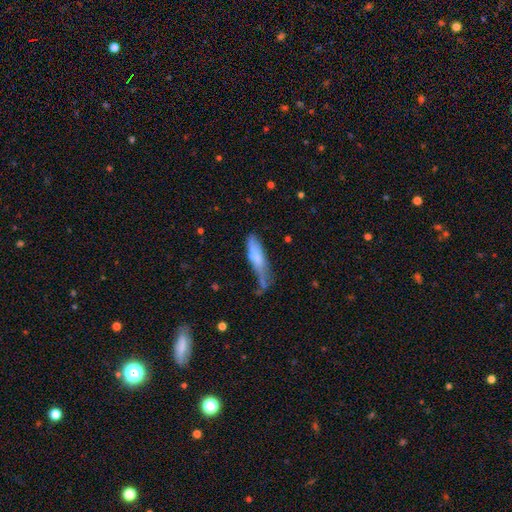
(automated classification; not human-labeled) Morphology: type=smooth (61%); roundness=cigar-shaped (63%); merging=minor disturbance (31%, tied with none).